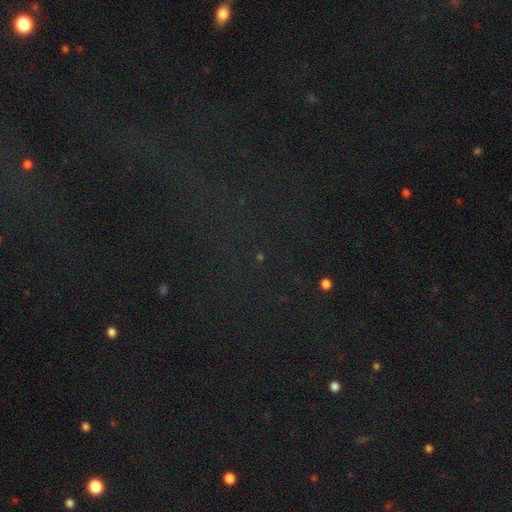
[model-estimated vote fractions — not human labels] This is likely a star or artifact rather than a galaxy (79%).